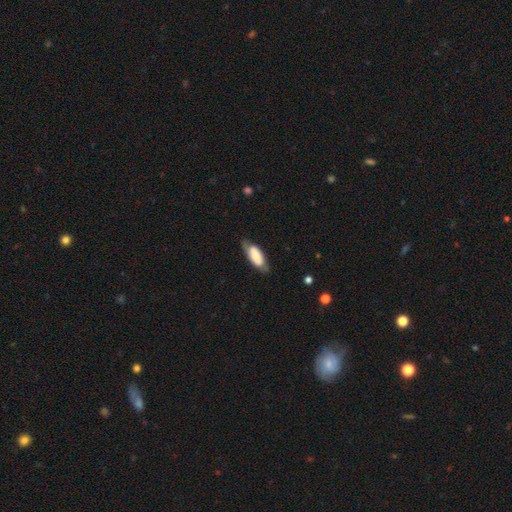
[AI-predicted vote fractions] smooth_or_featured: smooth (p=0.60) [alt: featured or disk p=0.34]
how_rounded: in between (p=0.73) [alt: cigar-shaped p=0.25]
merging: none (p=0.67) [alt: minor disturbance p=0.24]